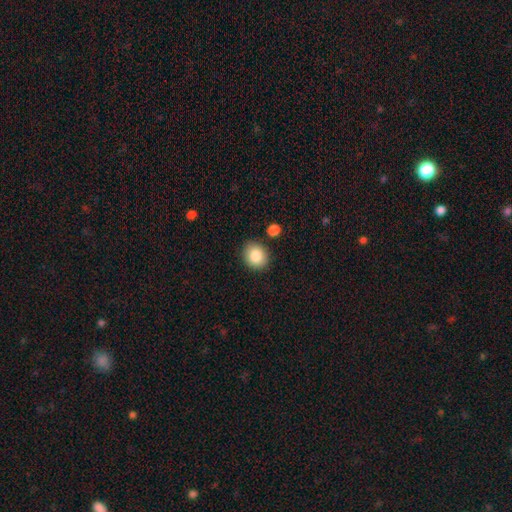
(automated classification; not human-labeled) Smooth or featured? Predicted: smooth (p=0.86). How rounded? Predicted: round (p=0.74). Merging? Predicted: none (p=0.84).